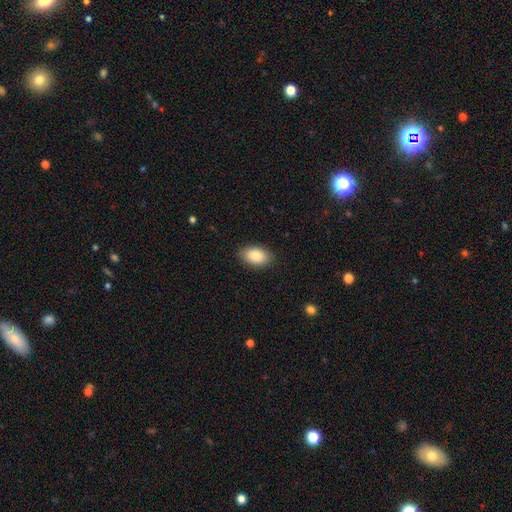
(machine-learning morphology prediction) Smooth or featured: smooth — 87% (star or artifact — 7%)
How rounded: in between — 93% (round — 6%)
Merging: none — 88% (minor disturbance — 9%)